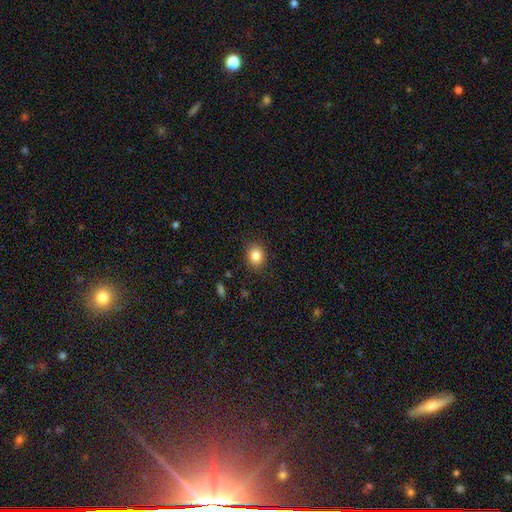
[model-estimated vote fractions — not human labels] smooth 85%, star or artifact 10%, featured or disk 5%. Down the decision tree: how rounded — round (59%); merging — none (87%).